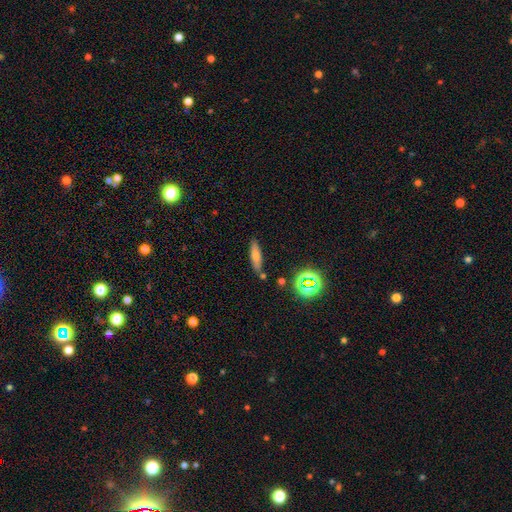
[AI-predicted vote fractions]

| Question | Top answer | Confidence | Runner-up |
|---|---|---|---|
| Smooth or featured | smooth | 67% | featured or disk (20%) |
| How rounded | cigar-shaped | 68% | in between (28%) |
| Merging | none | 80% | minor disturbance (12%) |